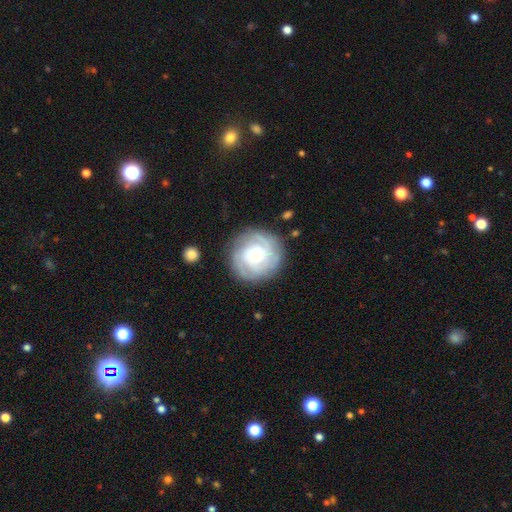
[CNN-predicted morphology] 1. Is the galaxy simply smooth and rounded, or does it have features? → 70% featured or disk, 23% smooth, 7% star or artifact.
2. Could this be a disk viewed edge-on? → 98% no, 2% yes.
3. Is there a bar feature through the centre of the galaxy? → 78% no, 18% weak, 4% strong.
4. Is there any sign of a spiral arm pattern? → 91% yes, 9% no.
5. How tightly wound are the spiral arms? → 70% tight, 23% medium, 7% loose.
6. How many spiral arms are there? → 35% can't tell, 22% 3, 21% 2, 10% 4, 6% 1, 6% more than 4.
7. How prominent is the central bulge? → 57% small, 28% moderate, 9% large, 3% none, 2% dominant.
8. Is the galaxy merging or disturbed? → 81% none, 12% minor disturbance, 5% major disturbance, 2% merger.